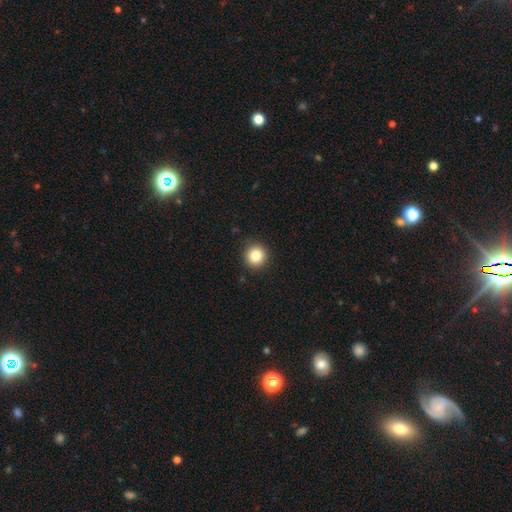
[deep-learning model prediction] Smooth or featured? smooth (83%)
How rounded? round (94%)
Merging? none (91%)